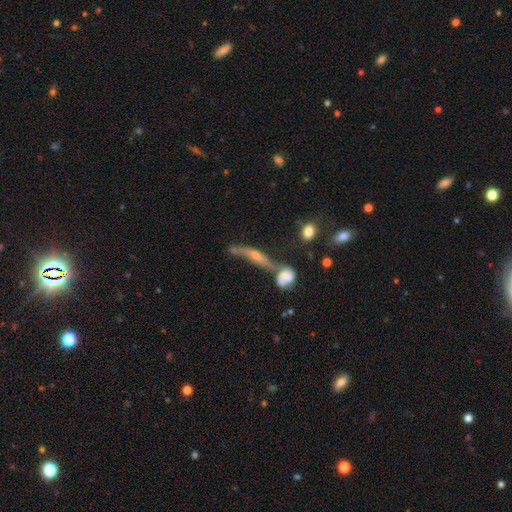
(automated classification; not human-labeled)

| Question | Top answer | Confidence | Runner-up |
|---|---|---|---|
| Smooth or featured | featured or disk | 65% | smooth (24%) |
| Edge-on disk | yes | 72% | no (28%) |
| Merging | none | 41% | merger (27%) |